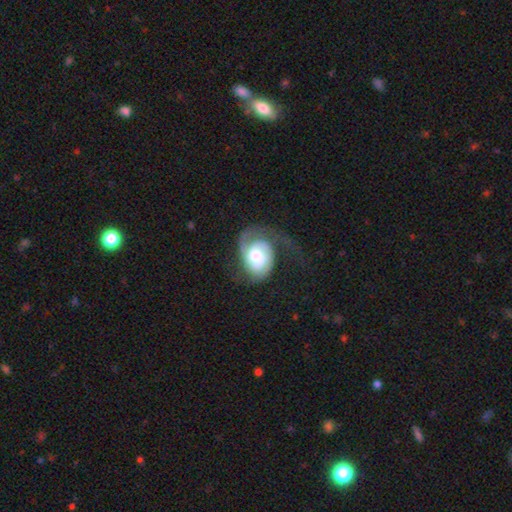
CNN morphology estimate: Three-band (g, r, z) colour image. It shows a featured or disk galaxy (76%) with no bar (64%), 2 (52%) tight (40%) spiral arms (93%) and a moderate central bulge (52%). Merging: none (38%).